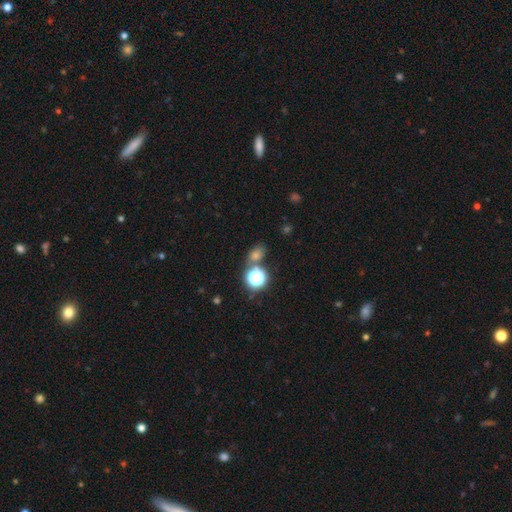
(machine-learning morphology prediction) smooth 49%, star or artifact 43%, featured or disk 8%. Down the decision tree: merging — none (70%).